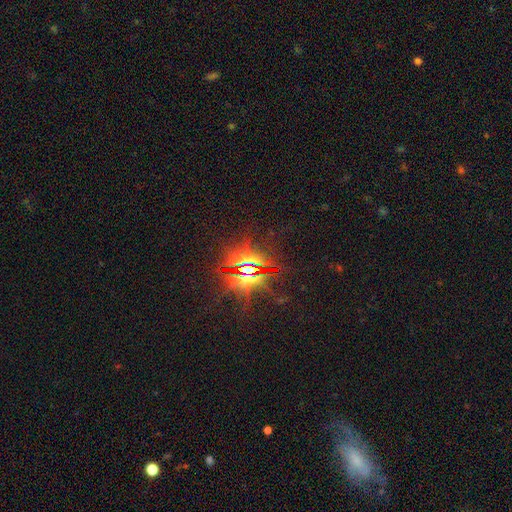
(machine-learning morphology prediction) The model was most divided on "smooth or featured": star or artifact: 83%, featured or disk: 10%, smooth: 7%.